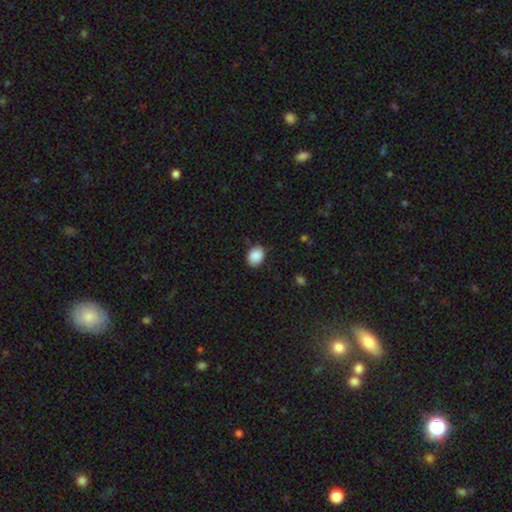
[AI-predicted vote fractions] Q: Smooth or featured?
A: smooth (89%); runner-up: star or artifact (8%)
Q: How rounded?
A: in between (53%); runner-up: round (46%)
Q: Merging?
A: none (83%); runner-up: minor disturbance (13%)